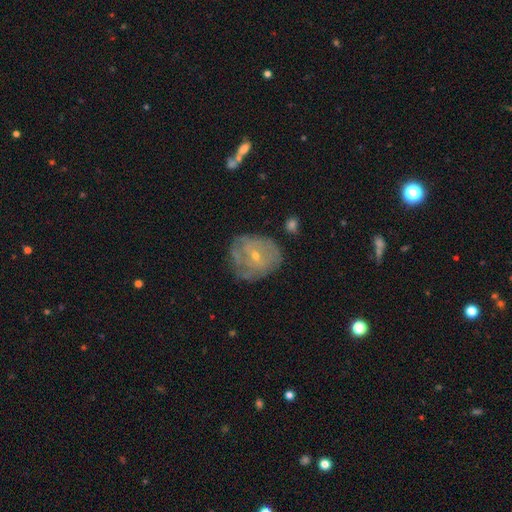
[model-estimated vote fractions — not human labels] A featured or disk galaxy (66%) with no bar (63%), spiral arms (66%) and a small central bulge (71%). Merging: none (61%).